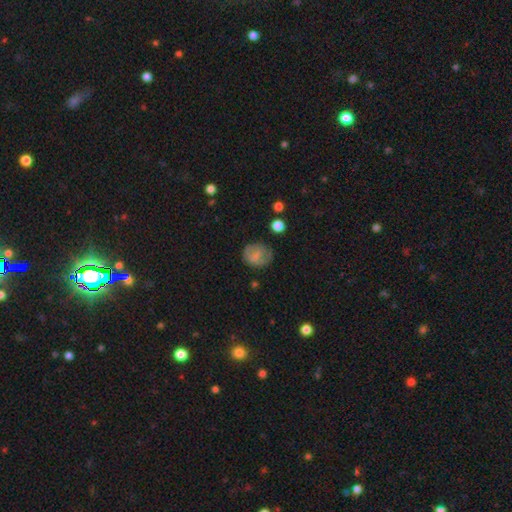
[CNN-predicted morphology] smooth 64%, featured or disk 26%, star or artifact 10%. Down the decision tree: how rounded — round (64%); merging — none (65%).